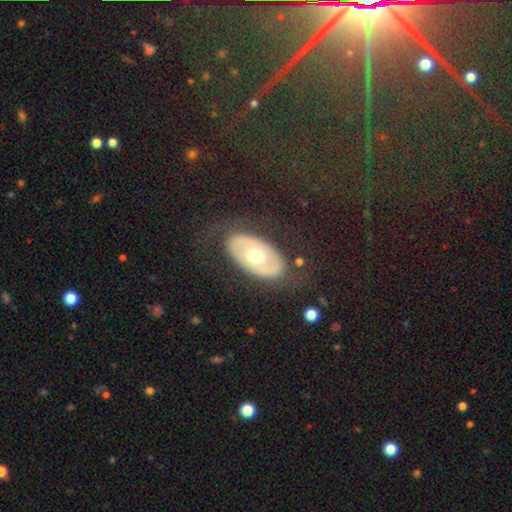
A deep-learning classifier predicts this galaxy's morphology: type=featured or disk (54%); edge-on=no (88%); merging=none (77%).